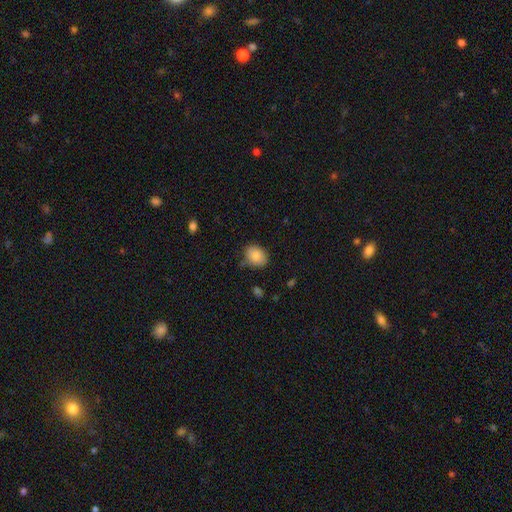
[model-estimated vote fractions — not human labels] Smooth or featured?
  - smooth: 83% *
  - featured or disk: 9%
  - star or artifact: 8%
How rounded?
  - in between: 57% *
  - round: 42%
  - cigar-shaped: 1%
Merging?
  - none: 77% *
  - minor disturbance: 18%
  - major disturbance: 3%
  - merger: 2%